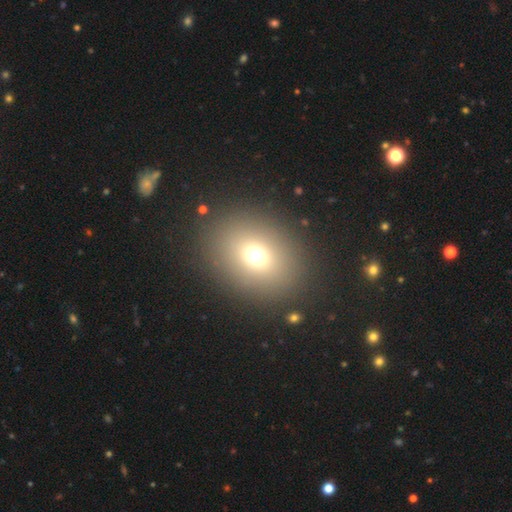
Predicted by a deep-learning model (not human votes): A smooth galaxy with no disk features (70%) that is round (50%). Merging: none (86%).